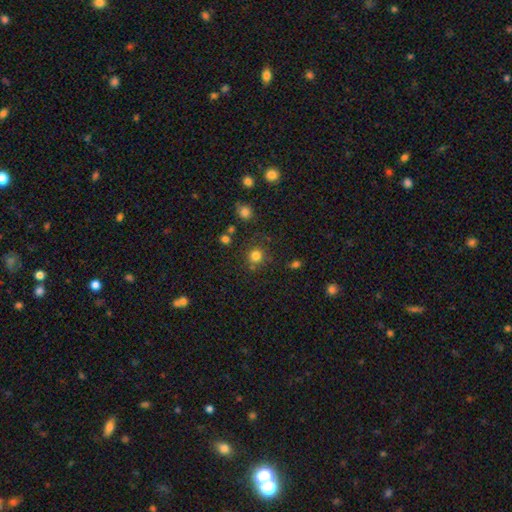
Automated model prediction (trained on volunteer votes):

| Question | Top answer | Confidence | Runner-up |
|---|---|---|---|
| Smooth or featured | smooth | 79% | star or artifact (15%) |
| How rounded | round | 91% | in between (9%) |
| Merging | none | 79% | minor disturbance (10%) |